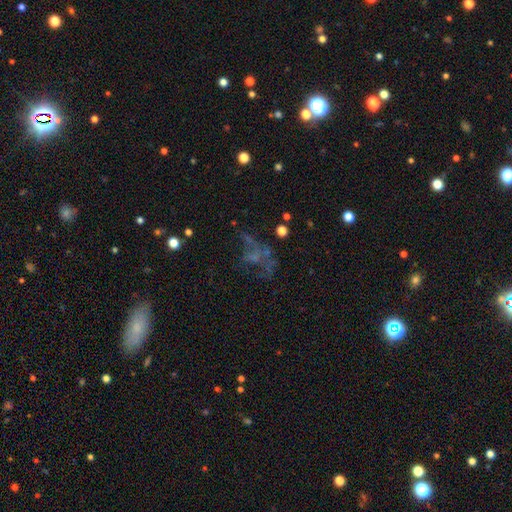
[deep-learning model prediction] Smooth or featured? featured or disk (44%)
Merging? major disturbance (40%)